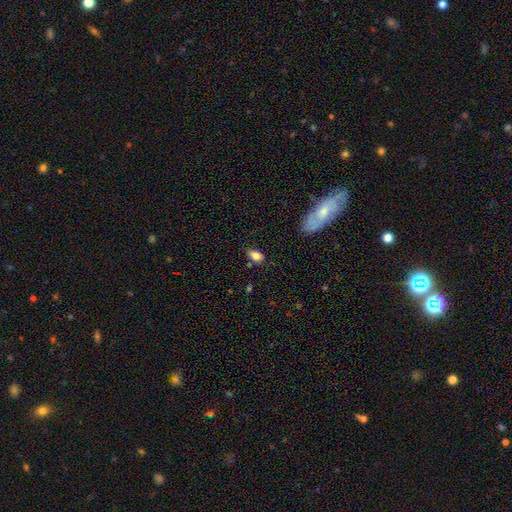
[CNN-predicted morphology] smooth-or-featured: smooth: 84% | star or artifact: 9% | featured or disk: 7%
  how-rounded: in between: 90% | round: 7% | cigar-shaped: 4%
  merging: none: 75% | minor disturbance: 18% | major disturbance: 4% | merger: 3%